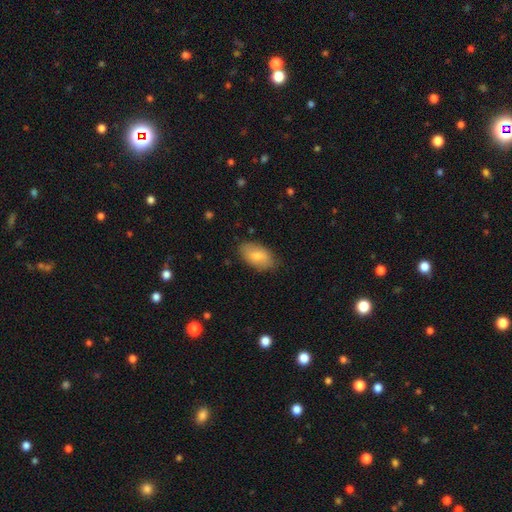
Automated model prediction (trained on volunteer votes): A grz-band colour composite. It shows a smooth galaxy with no disk features (76%) that is in between round and cigar-shaped (93%). Merging: none (82%).